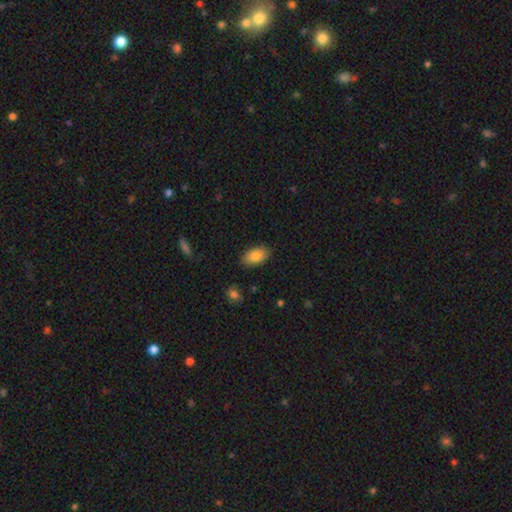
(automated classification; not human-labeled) smooth-or-featured: smooth: 84% | featured or disk: 9% | star or artifact: 7%
  how-rounded: in between: 93% | round: 4% | cigar-shaped: 3%
  merging: none: 86% | minor disturbance: 10% | major disturbance: 2% | merger: 1%